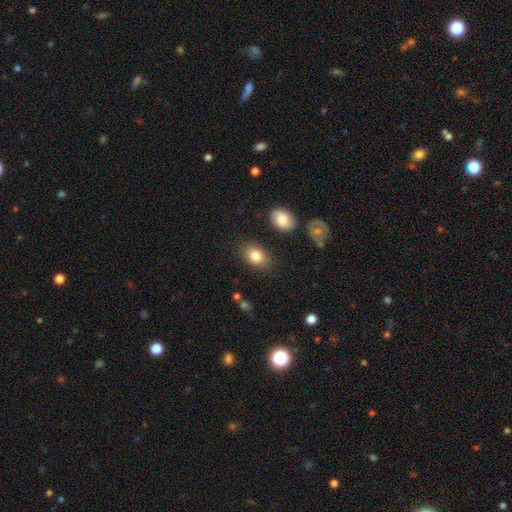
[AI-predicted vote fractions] Smooth or featured?
  - smooth: 82% *
  - featured or disk: 10%
  - star or artifact: 8%
How rounded?
  - in between: 80% *
  - round: 19%
  - cigar-shaped: 1%
Merging?
  - none: 83% *
  - minor disturbance: 11%
  - major disturbance: 3%
  - merger: 3%